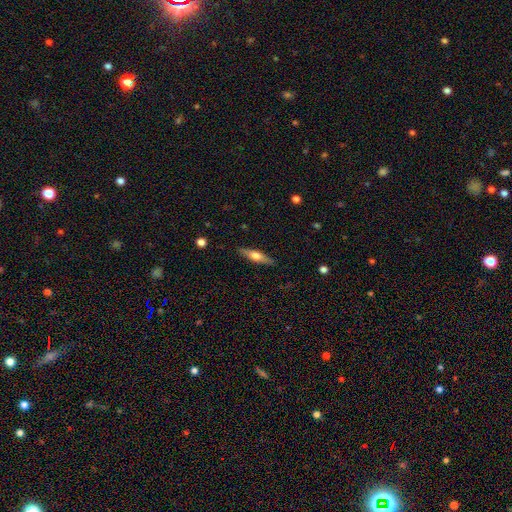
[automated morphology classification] A featured or disk galaxy (48%).

Vote fractions:
- Smooth or featured? featured or disk: 48% / smooth: 46% / star or artifact: 6%
- Merging? none: 88% / minor disturbance: 9% / major disturbance: 2% / merger: 1%